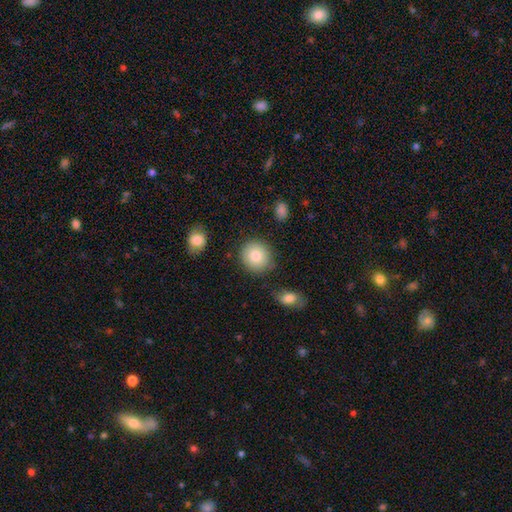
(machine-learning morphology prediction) Smooth or featured? smooth (83%)
How rounded? round (88%)
Merging? none (83%)